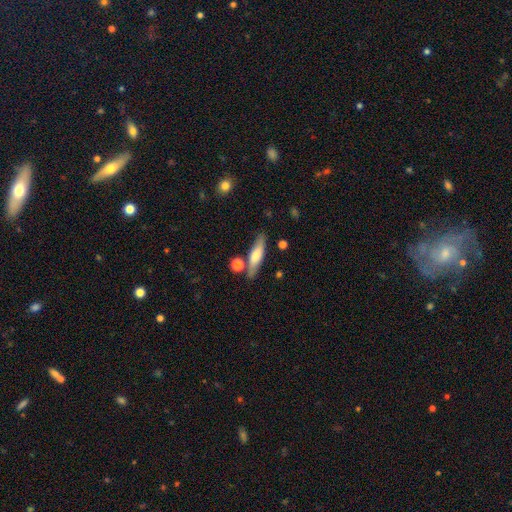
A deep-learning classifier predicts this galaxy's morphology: Smooth or featured?
  - smooth: 57% *
  - featured or disk: 36%
  - star or artifact: 7%
How rounded?
  - cigar-shaped: 71% *
  - in between: 26%
  - round: 3%
Merging?
  - none: 77% *
  - minor disturbance: 12%
  - merger: 8%
  - major disturbance: 3%